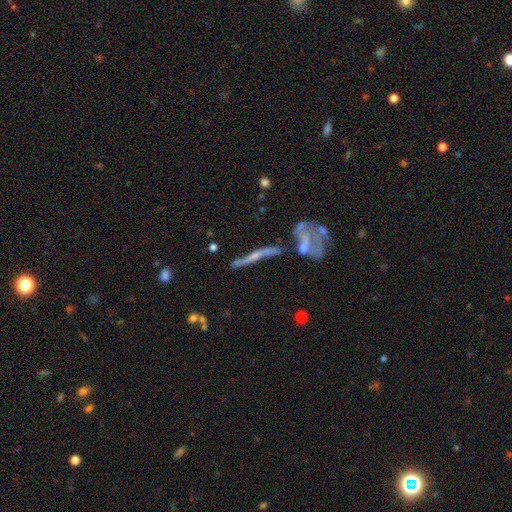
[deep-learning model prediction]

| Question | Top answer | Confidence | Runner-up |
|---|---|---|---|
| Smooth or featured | featured or disk | 70% | smooth (20%) |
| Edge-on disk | yes | 71% | no (29%) |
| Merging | none | 49% | merger (21%) |